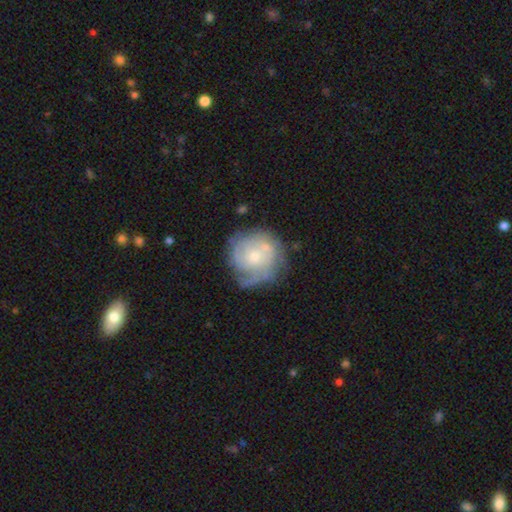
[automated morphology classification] The model was most divided on "bulge size": small: 50%, moderate: 43%, none: 3%, large: 3%, dominant: 1%. Remaining: edge-on disk — no (98%); spiral arms — yes (79%); bar — no (79%); smooth or featured — featured or disk (67%); merging — none (58%); spiral winding — tight (57%); spiral arm count — can't tell (42%).